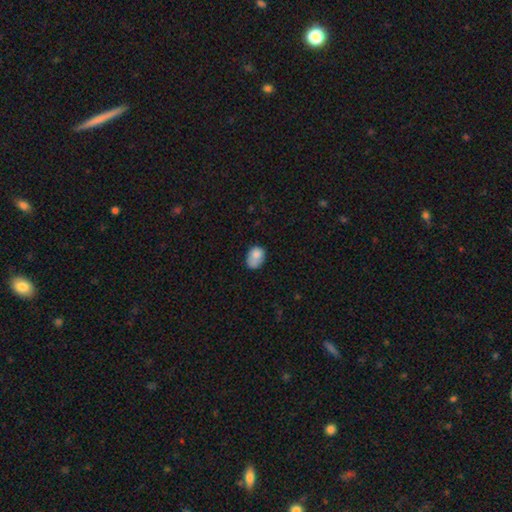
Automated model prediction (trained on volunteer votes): This appears to be a smooth galaxy with no disk features (79%) that is in between round and cigar-shaped (67%). Merging: none (48%).